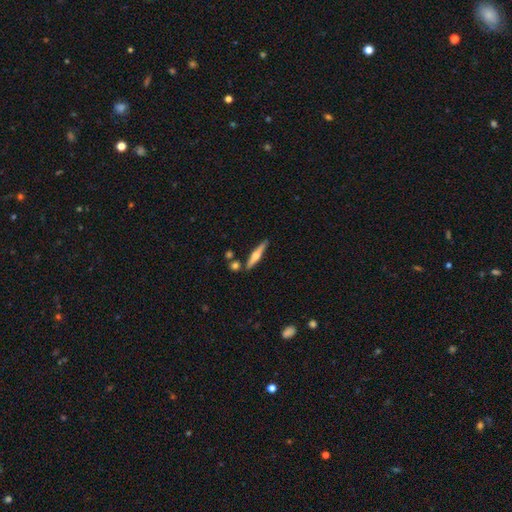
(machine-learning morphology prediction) Overall: featured or disk (57%; smooth 38%). Edge-on disk: yes (96%). Edge-on bulge: rounded (90%). Merging: none (82%).